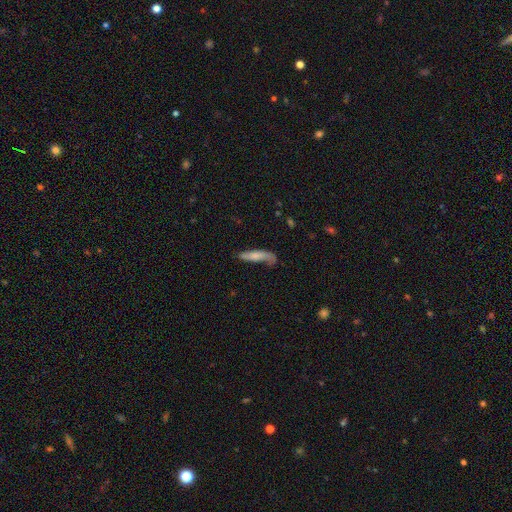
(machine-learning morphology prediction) This is likely a smooth galaxy (72%). How rounded: likely cigar-shaped (76%). Merging: possibly none (50%).